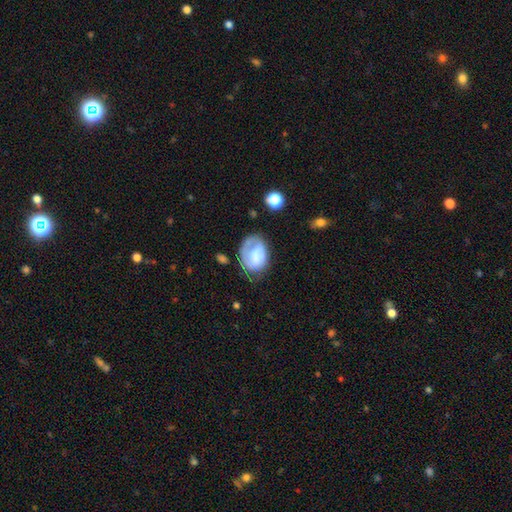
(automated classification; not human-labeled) The model was most divided on "smooth or featured": smooth: 49%, featured or disk: 43%, star or artifact: 8%. Remaining: merging — none (47%).